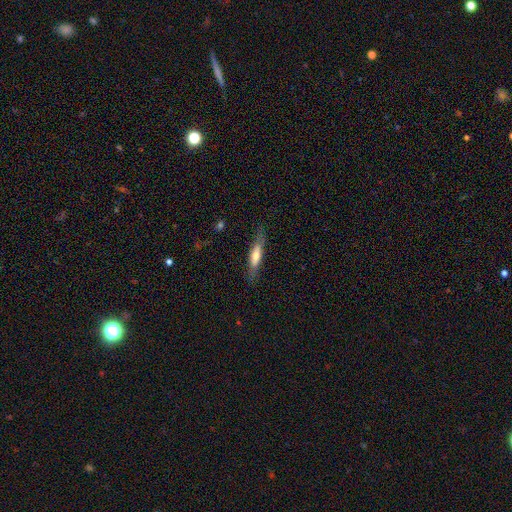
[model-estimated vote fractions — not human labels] A smooth galaxy with no disk features (57%) that is cigar-shaped (74%).

Vote fractions:
- Smooth or featured? smooth: 57% / featured or disk: 36% / star or artifact: 6%
- How rounded? cigar-shaped: 74% / in between: 25% / round: 2%
- Merging? none: 79% / minor disturbance: 15% / major disturbance: 5% / merger: 1%